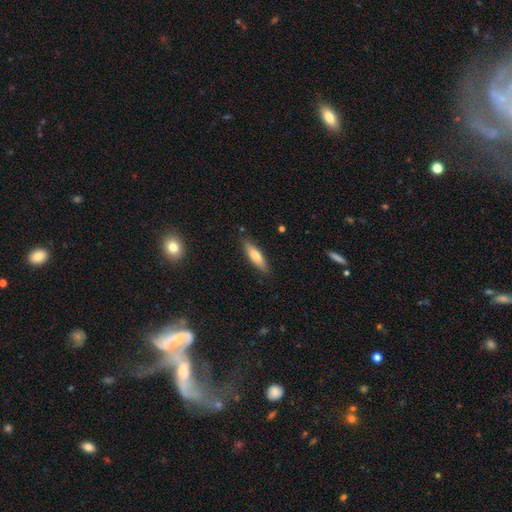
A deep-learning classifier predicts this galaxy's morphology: Smooth or featured? Predicted: smooth (p=0.65). How rounded? Predicted: cigar-shaped (p=0.62). Merging? Predicted: none (p=0.85).